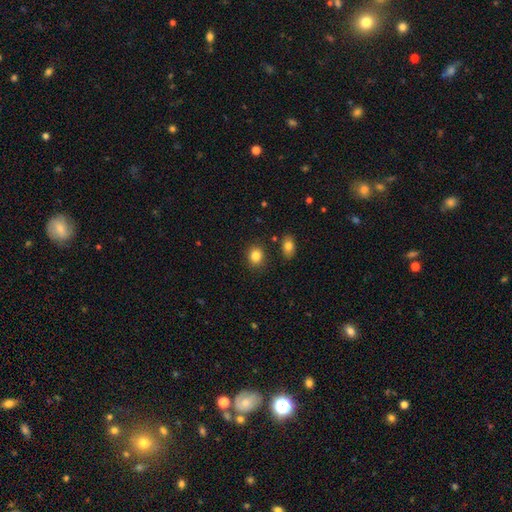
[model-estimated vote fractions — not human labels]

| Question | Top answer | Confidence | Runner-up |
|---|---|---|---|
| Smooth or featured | smooth | 85% | star or artifact (10%) |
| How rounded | round | 65% | in between (34%) |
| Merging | none | 85% | minor disturbance (9%) |